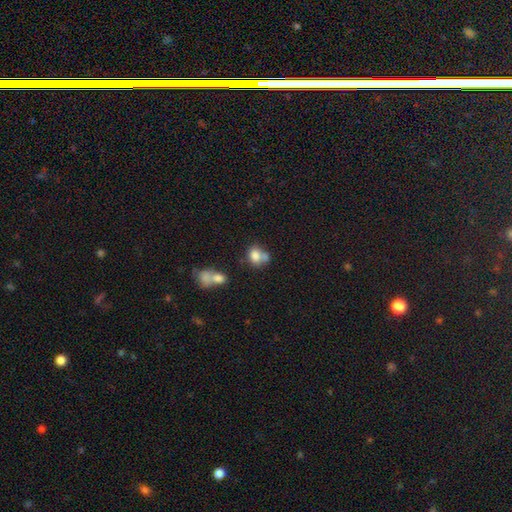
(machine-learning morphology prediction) Smooth or featured? Predicted: smooth (p=0.76). How rounded? Predicted: in between (p=0.52). Merging? Predicted: merger (p=0.45).